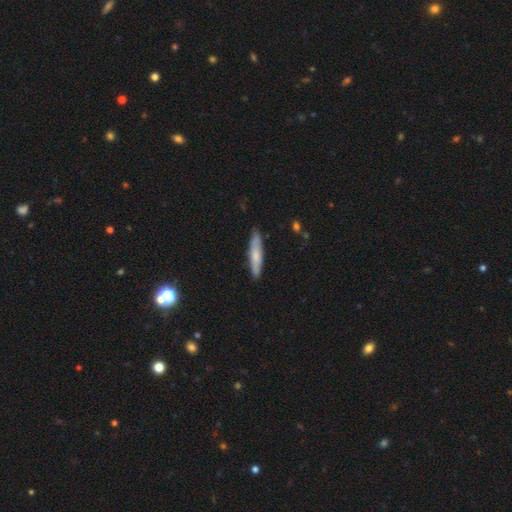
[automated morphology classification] smooth_or_featured: smooth (p=0.66) [alt: featured or disk p=0.28]
how_rounded: cigar-shaped (p=0.86) [alt: in between p=0.13]
merging: none (p=0.85) [alt: minor disturbance p=0.12]